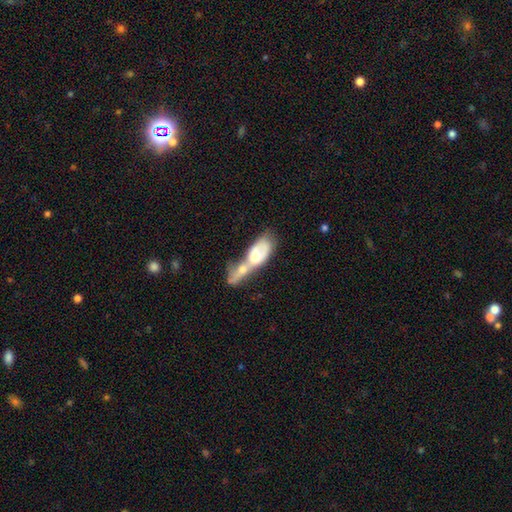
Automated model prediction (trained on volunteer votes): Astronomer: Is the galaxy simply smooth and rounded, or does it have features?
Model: featured or disk — 47% (runner-up: smooth, 46%).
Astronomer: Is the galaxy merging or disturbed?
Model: merger — 76%.